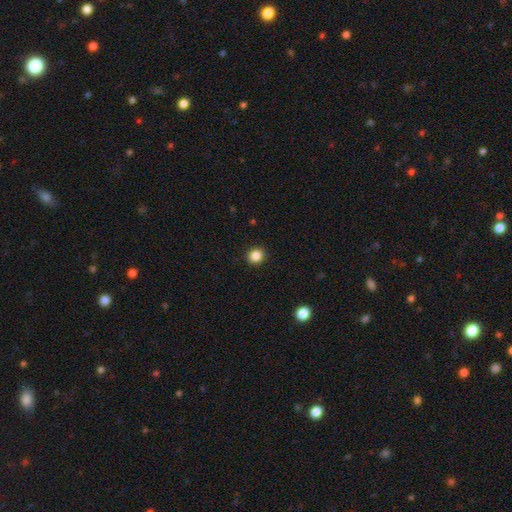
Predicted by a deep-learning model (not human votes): Overall: smooth (85%). How rounded: round (88%). Merging: none (92%).